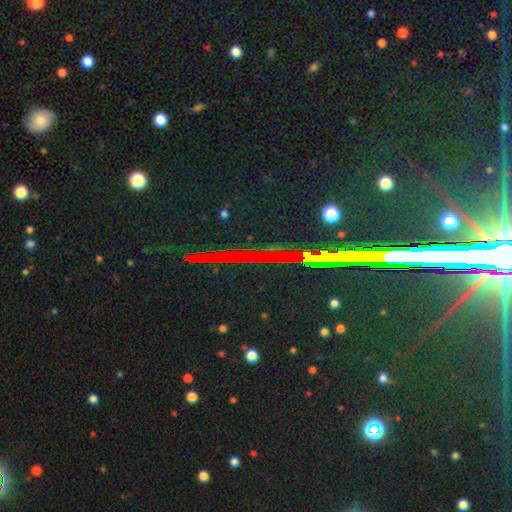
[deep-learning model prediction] Smooth or featured?
  - star or artifact: 76% *
  - featured or disk: 14%
  - smooth: 10%